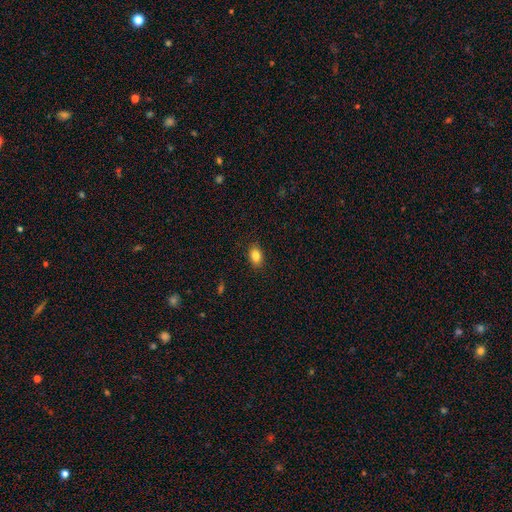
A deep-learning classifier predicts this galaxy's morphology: smooth-or-featured: smooth: 84% | star or artifact: 9% | featured or disk: 7%
  how-rounded: in between: 84% | round: 15% | cigar-shaped: 2%
  merging: none: 89% | minor disturbance: 8% | major disturbance: 2% | merger: 1%